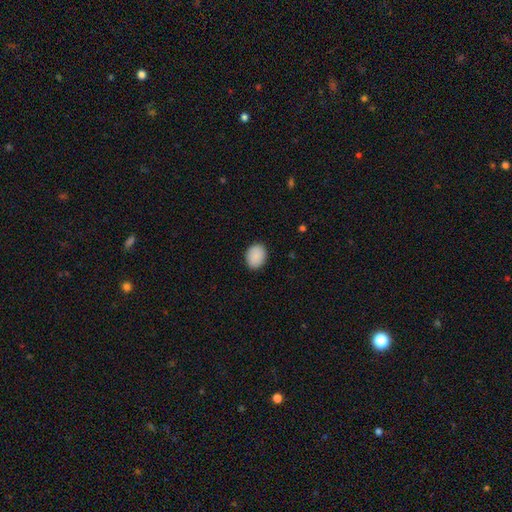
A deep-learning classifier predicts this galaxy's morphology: A smooth galaxy with no disk features (90%) that is in between round and cigar-shaped (60%).

Vote fractions:
- Smooth or featured? smooth: 90% / star or artifact: 7% / featured or disk: 3%
- How rounded? in between: 60% / round: 39% / cigar-shaped: 1%
- Merging? none: 89% / minor disturbance: 8% / major disturbance: 2% / merger: 1%